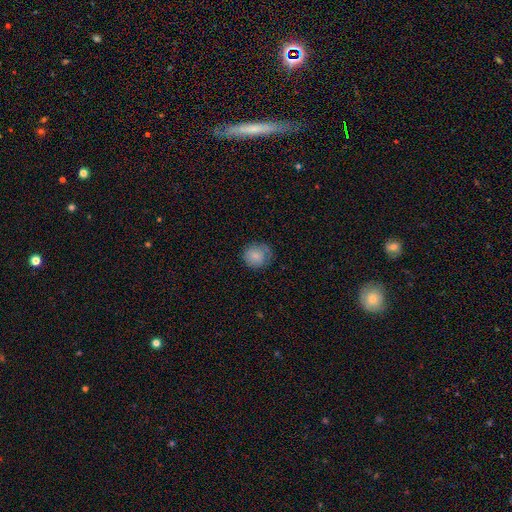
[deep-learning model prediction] A smooth galaxy with no disk features (82%) that is round (83%).

Vote fractions:
- Smooth or featured? smooth: 82% / featured or disk: 11% / star or artifact: 8%
- How rounded? round: 83% / in between: 16% / cigar-shaped: 1%
- Merging? none: 66% / minor disturbance: 25% / major disturbance: 8% / merger: 1%